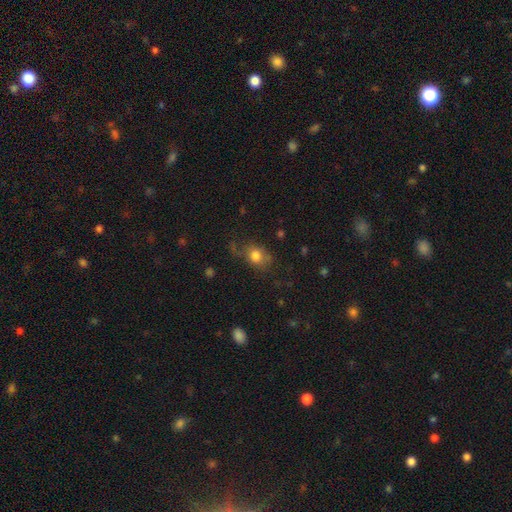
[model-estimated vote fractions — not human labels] This appears to be a smooth galaxy with no disk features (76%) that is in between round and cigar-shaped (50%). Merging: none (59%).